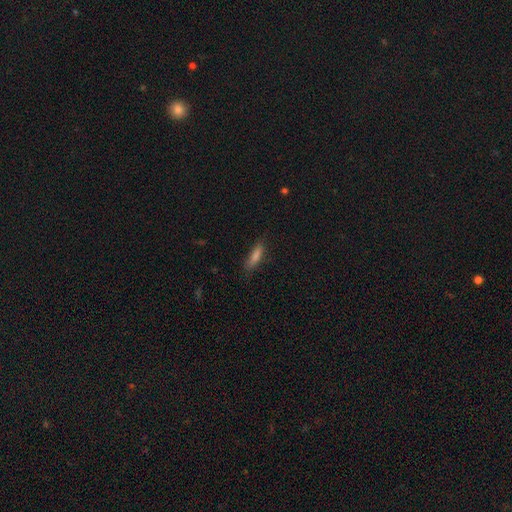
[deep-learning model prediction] Smooth or featured? smooth (72%)
How rounded? cigar-shaped (74%)
Merging? none (82%)